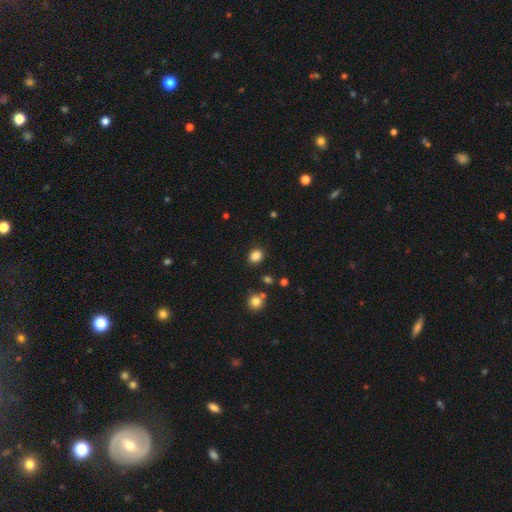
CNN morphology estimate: This is clearly a smooth galaxy (85%). How rounded: possibly round (57%). Merging: clearly none (87%).